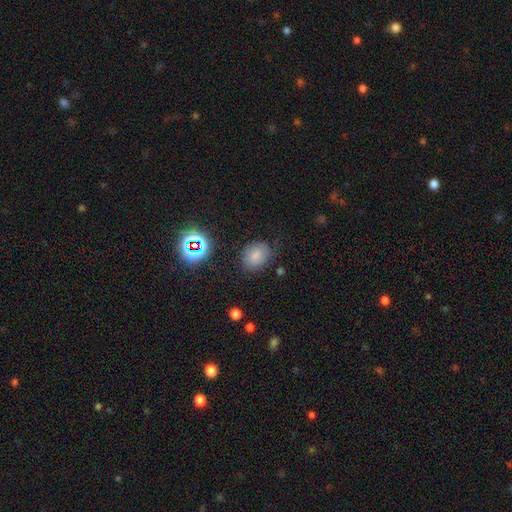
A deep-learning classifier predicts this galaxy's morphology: A smooth galaxy with no disk features (70%) that is in between round and cigar-shaped (59%).

Vote fractions:
- Smooth or featured? smooth: 70% / star or artifact: 16% / featured or disk: 14%
- How rounded? in between: 59% / round: 40% / cigar-shaped: 1%
- Merging? none: 73% / minor disturbance: 19% / major disturbance: 6% / merger: 2%